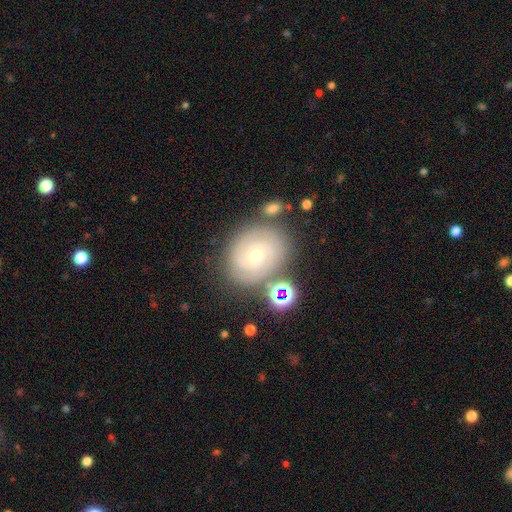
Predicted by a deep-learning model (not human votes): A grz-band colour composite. It shows a featured or disk galaxy (82%) with no bar (74%), 2 (45%) tight (76%) spiral arms (96%) and a small central bulge (53%). Merging: none (76%).